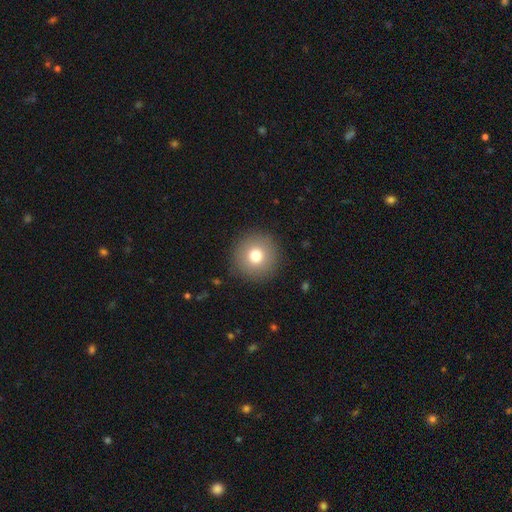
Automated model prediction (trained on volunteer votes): The model was most divided on "smooth or featured": smooth: 77%, featured or disk: 12%, star or artifact: 11%. More confident: how rounded — round (96%); merging — none (91%).